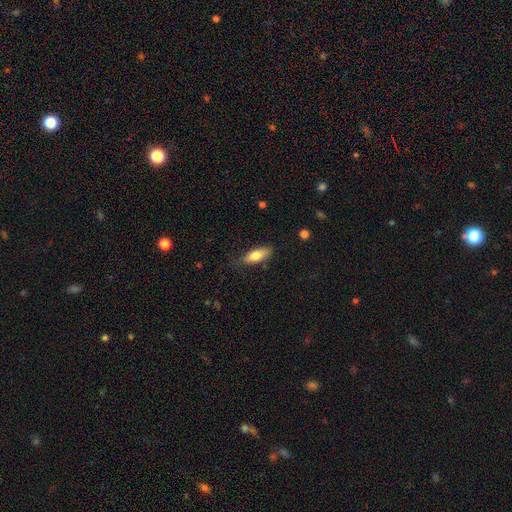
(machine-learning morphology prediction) smooth 75%, featured or disk 18%, star or artifact 6%. Down the decision tree: how rounded — in between (70%); merging — none (72%).